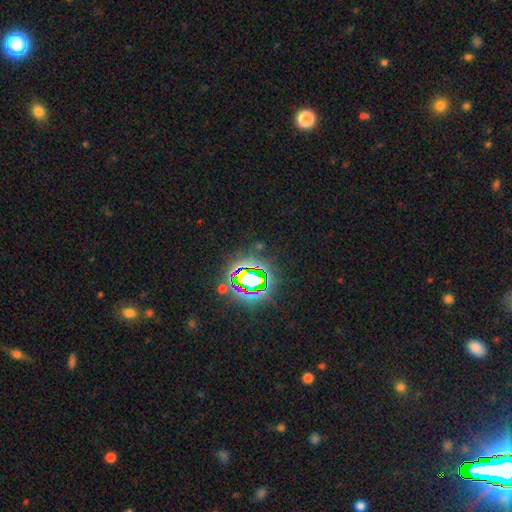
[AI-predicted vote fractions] Smooth or featured: star or artifact — 82% (smooth — 11%)